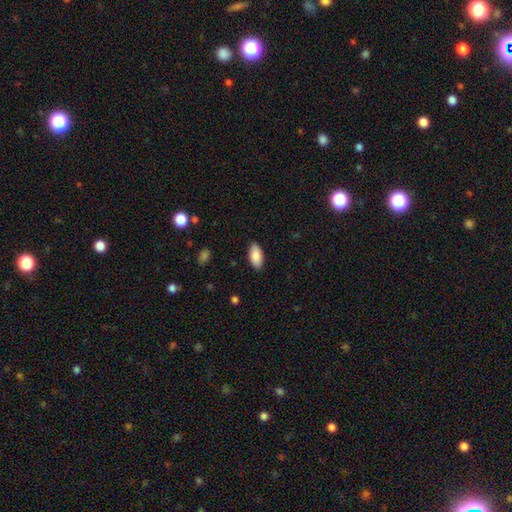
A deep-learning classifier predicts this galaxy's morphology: This appears to be a smooth galaxy with no disk features (87%) that is in between round and cigar-shaped (93%). Merging: none (88%).